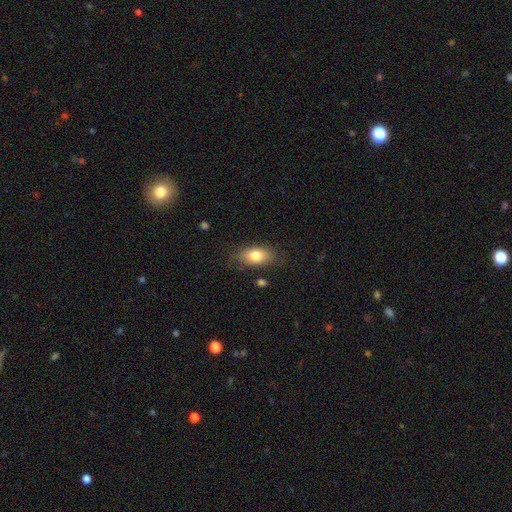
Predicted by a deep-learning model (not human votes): Smooth or featured?
  - smooth: 79% *
  - featured or disk: 14%
  - star or artifact: 8%
How rounded?
  - in between: 87% *
  - round: 8%
  - cigar-shaped: 5%
Merging?
  - none: 79% *
  - minor disturbance: 15%
  - major disturbance: 4%
  - merger: 2%